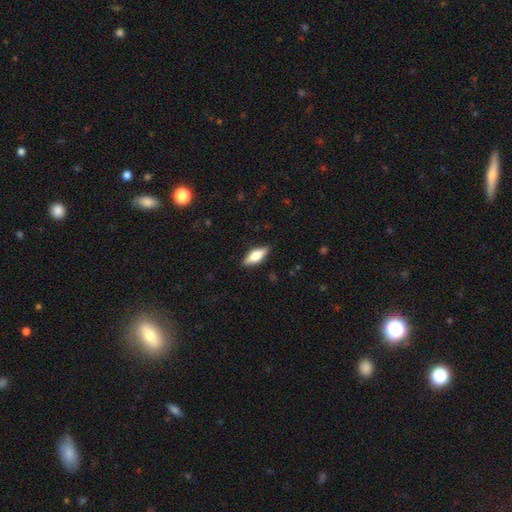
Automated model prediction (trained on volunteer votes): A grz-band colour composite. It shows a smooth galaxy with no disk features (55%) that is in between round and cigar-shaped (64%). Merging: none (87%).